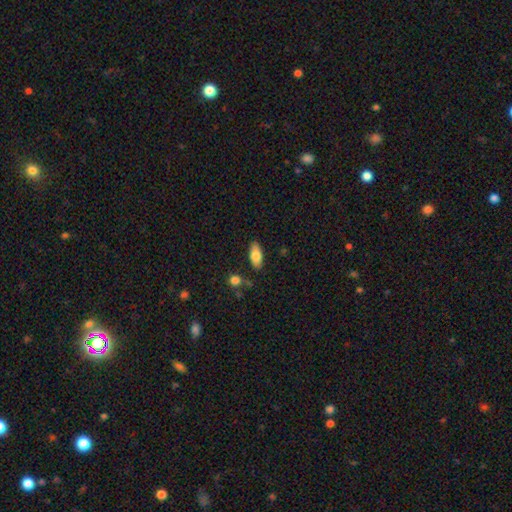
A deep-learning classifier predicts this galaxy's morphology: A smooth galaxy with no disk features (79%) that is in between round and cigar-shaped (84%). Merging: none (83%).